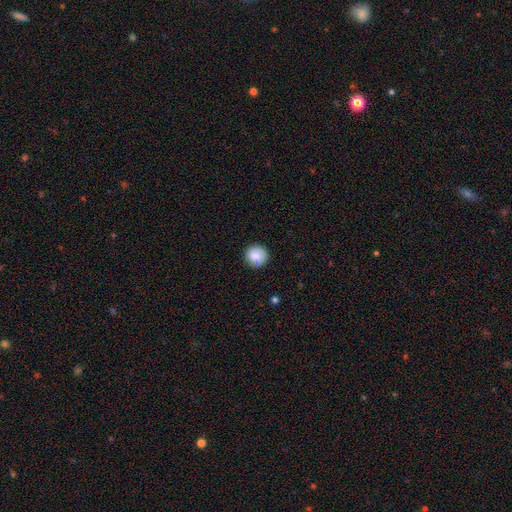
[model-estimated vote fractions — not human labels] smooth-or-featured: smooth: 84% | star or artifact: 8% | featured or disk: 8%
  how-rounded: round: 92% | in between: 7% | cigar-shaped: 1%
  merging: none: 84% | minor disturbance: 12% | major disturbance: 3% | merger: 1%